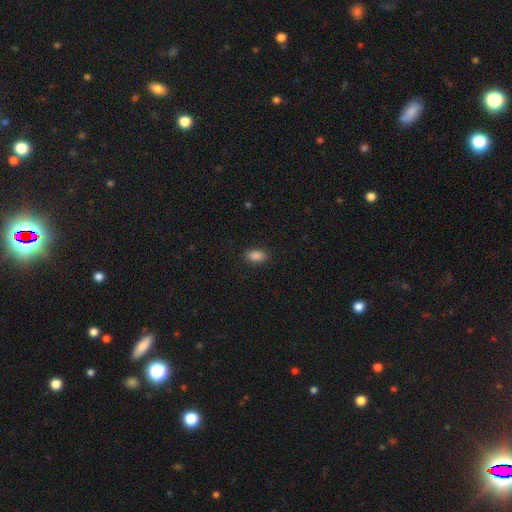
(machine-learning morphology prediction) A smooth galaxy with no disk features (88%) that is in between round and cigar-shaped (91%).

Vote fractions:
- Smooth or featured? smooth: 88% / star or artifact: 9% / featured or disk: 3%
- How rounded? in between: 91% / round: 6% / cigar-shaped: 4%
- Merging? none: 88% / minor disturbance: 9% / major disturbance: 2% / merger: 1%